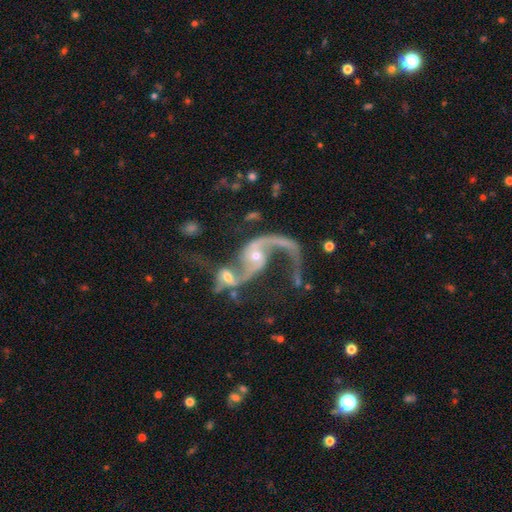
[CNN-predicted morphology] Q: Smooth or featured?
A: featured or disk (87%); runner-up: star or artifact (6%)
Q: Edge-on disk?
A: no (97%); runner-up: yes (3%)
Q: Bar?
A: no (60%); runner-up: weak (28%)
Q: Spiral arms?
A: yes (93%); runner-up: no (7%)
Q: Spiral winding?
A: loose (75%); runner-up: medium (21%)
Q: Spiral arm count?
A: 2 (77%); runner-up: 1 (16%)
Q: Bulge size?
A: small (53%); runner-up: moderate (41%)
Q: Merging?
A: merger (59%); runner-up: none (18%)